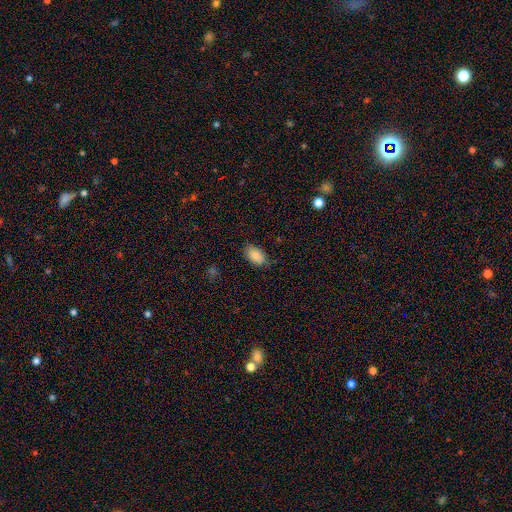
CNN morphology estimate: smooth-or-featured: smooth: 87% | star or artifact: 7% | featured or disk: 6%
  how-rounded: in between: 93% | round: 6% | cigar-shaped: 2%
  merging: none: 79% | minor disturbance: 16% | major disturbance: 3% | merger: 1%